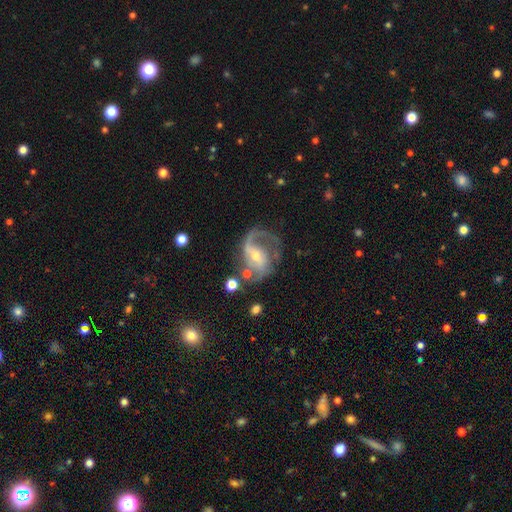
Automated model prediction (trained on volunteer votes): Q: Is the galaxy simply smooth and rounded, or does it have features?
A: featured or disk — 85%.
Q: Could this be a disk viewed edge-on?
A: no — 97%.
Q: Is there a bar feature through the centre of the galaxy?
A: weak — 44%.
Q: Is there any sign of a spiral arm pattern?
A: yes — 93%.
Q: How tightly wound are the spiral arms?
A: medium — 47%.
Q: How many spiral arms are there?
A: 2 — 62%.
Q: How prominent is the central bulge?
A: small — 53%.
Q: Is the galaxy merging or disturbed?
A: none — 51%.